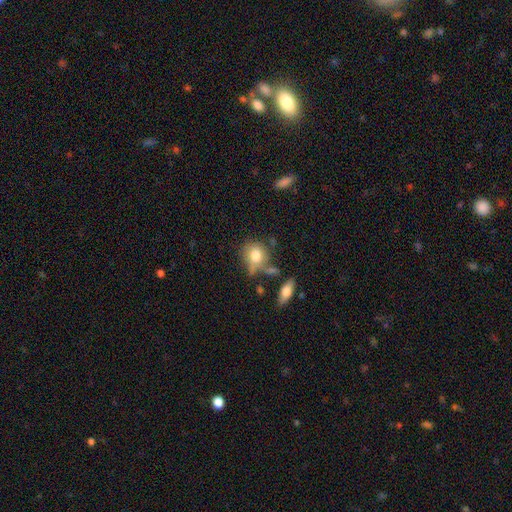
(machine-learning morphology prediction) smooth-or-featured: smooth: 77% | featured or disk: 14% | star or artifact: 9%
  how-rounded: round: 65% | in between: 33% | cigar-shaped: 2%
  merging: none: 50% | minor disturbance: 22% | merger: 18% | major disturbance: 10%